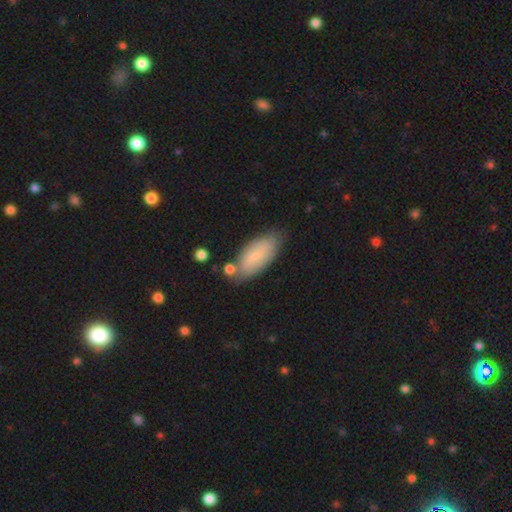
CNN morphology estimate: This is likely a smooth galaxy (72%). How rounded: clearly in between (84%). Merging: likely none (71%).